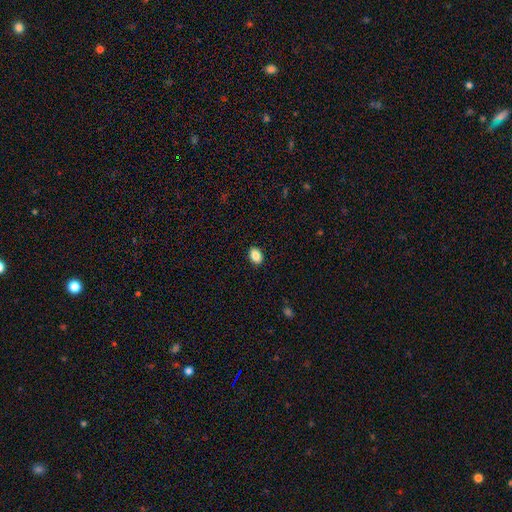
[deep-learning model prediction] smooth-or-featured: smooth: 88% | star or artifact: 8% | featured or disk: 4%
  how-rounded: in between: 80% | round: 19% | cigar-shaped: 1%
  merging: none: 90% | minor disturbance: 8% | major disturbance: 2% | merger: 1%